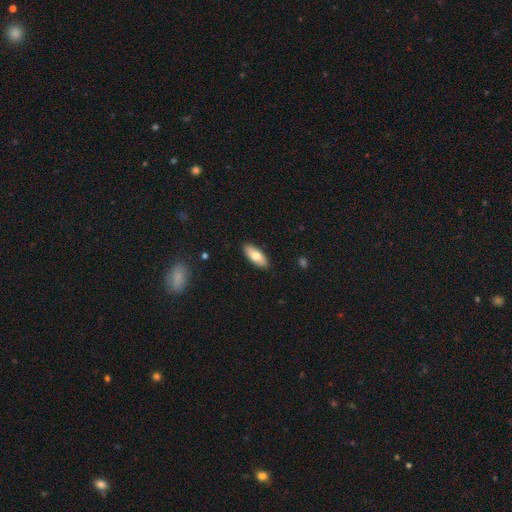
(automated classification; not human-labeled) The model was most divided on "smooth or featured": smooth: 76%, featured or disk: 18%, star or artifact: 6%. More confident: merging — none (90%); how rounded — in between (80%).